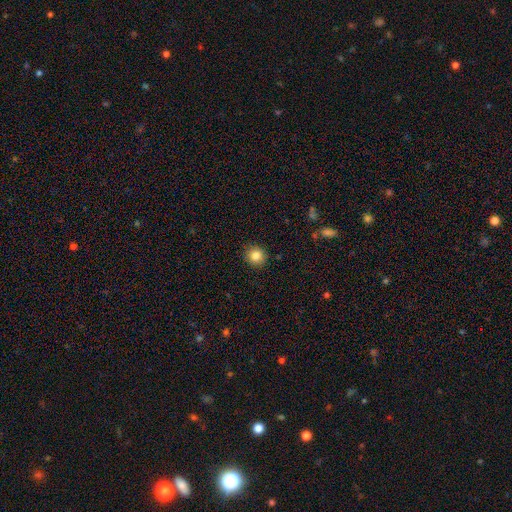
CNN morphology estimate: smooth-or-featured: smooth: 84% | star or artifact: 10% | featured or disk: 6%
  how-rounded: round: 88% | in between: 11% | cigar-shaped: 1%
  merging: none: 91% | minor disturbance: 6% | major disturbance: 2% | merger: 1%